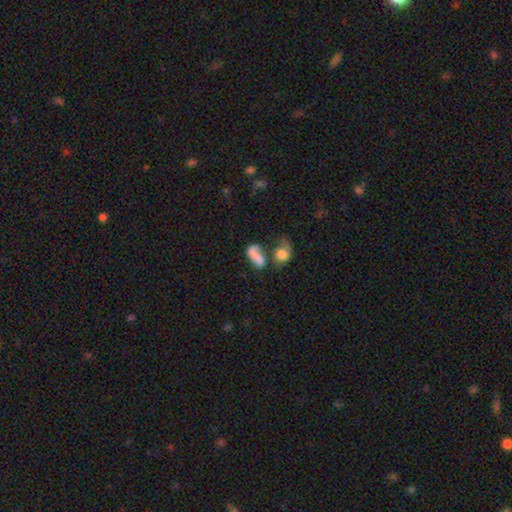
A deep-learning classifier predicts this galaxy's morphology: The model was most divided on "merging": merger: 47%, none: 22%, major disturbance: 18%, minor disturbance: 13%. More confident: how rounded — in between (79%); smooth or featured — smooth (63%).